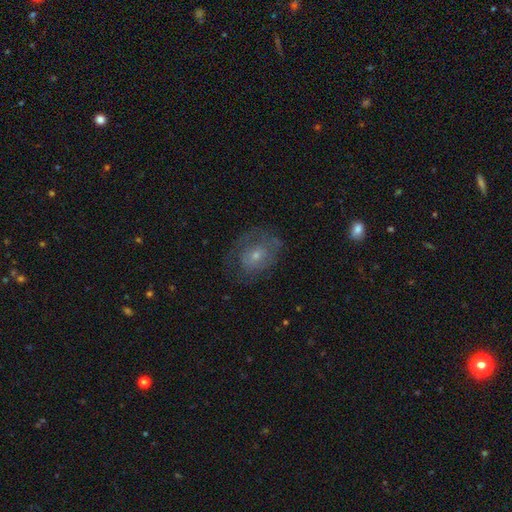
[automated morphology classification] This is possibly a featured or disk galaxy (51%). It is clearly not viewed edge-on (96%). Merging: possibly none (56%).